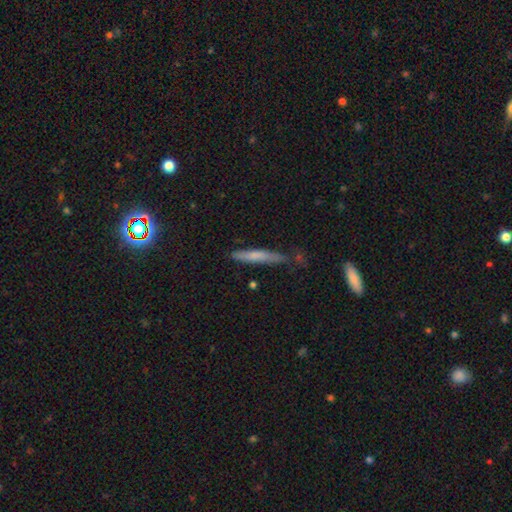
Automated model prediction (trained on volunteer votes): Smooth or featured? smooth (67%)
How rounded? cigar-shaped (93%)
Merging? none (71%)